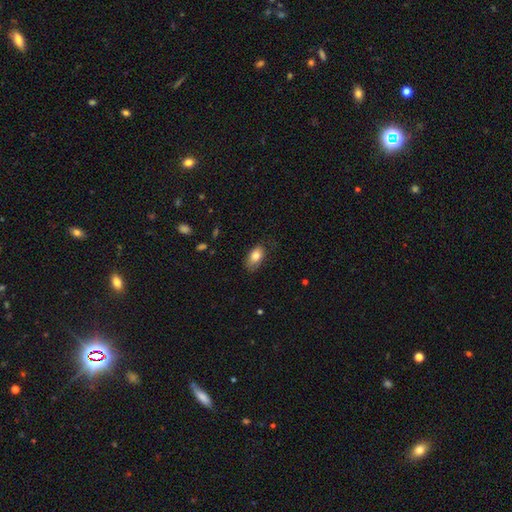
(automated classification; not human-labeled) smooth_or_featured: smooth (p=0.82) [alt: featured or disk p=0.10]
how_rounded: in between (p=0.90) [alt: round p=0.07]
merging: none (p=0.69) [alt: minor disturbance p=0.24]